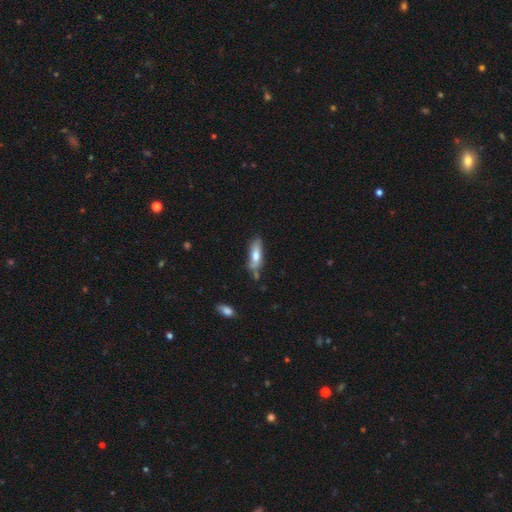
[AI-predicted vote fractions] The model was most divided on "how rounded": cigar-shaped: 53%, in between: 45%, round: 2%. More confident: smooth or featured — smooth (67%); merging — none (61%).